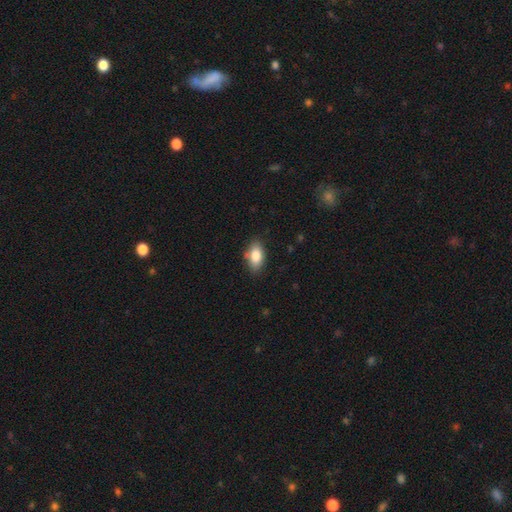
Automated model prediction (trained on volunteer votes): This is clearly a smooth galaxy (83%). How rounded: clearly in between (90%). Merging: clearly none (80%).